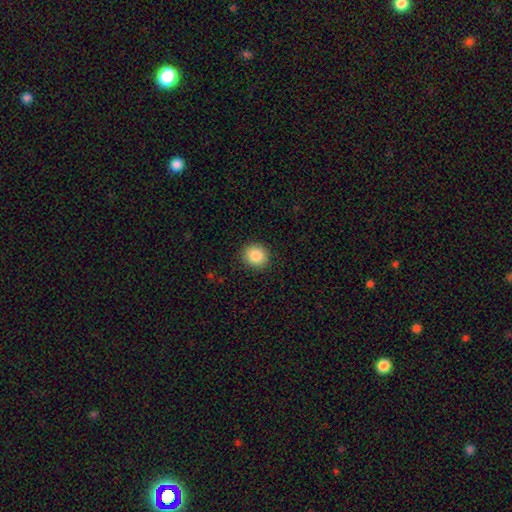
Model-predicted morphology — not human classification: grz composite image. It shows a smooth galaxy with no disk features (87%) that is round (84%). Merging: none (90%).